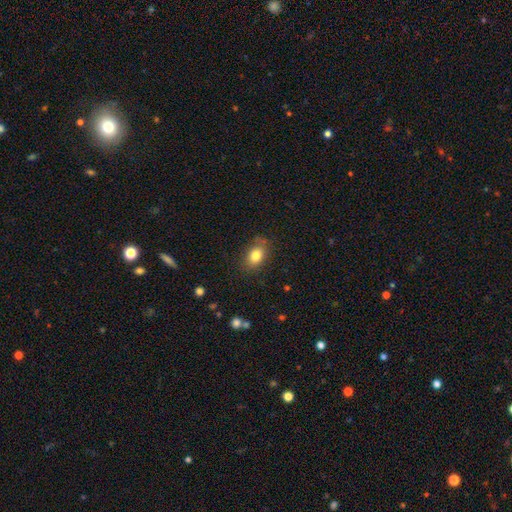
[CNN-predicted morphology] Smooth or featured? smooth (81%)
How rounded? in between (75%)
Merging? none (78%)